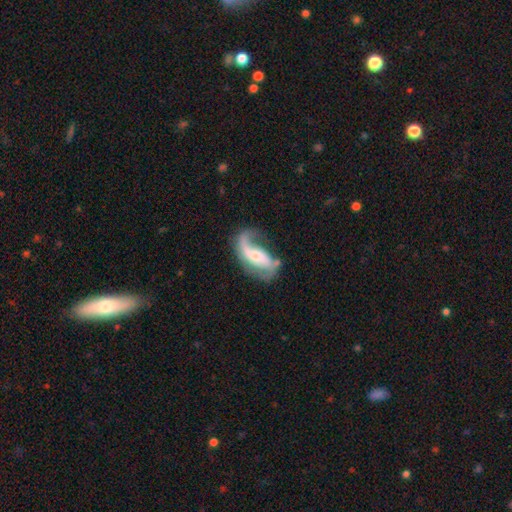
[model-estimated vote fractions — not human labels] This appears to be a featured or disk galaxy (79%) with no bar (37%, tied with weak), 2 (61%) loose (64%) spiral arms (91%) and a small central bulge (44%). Merging: none (47%).